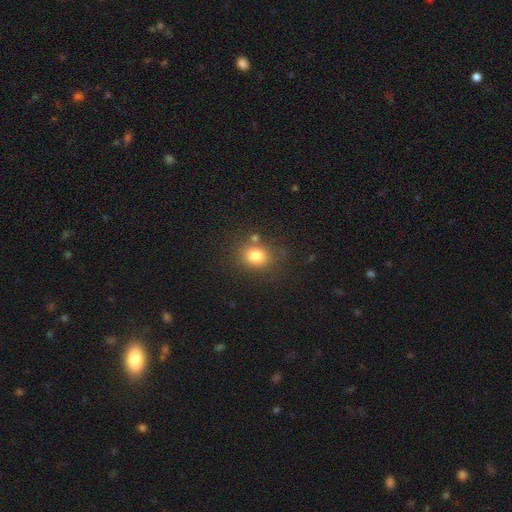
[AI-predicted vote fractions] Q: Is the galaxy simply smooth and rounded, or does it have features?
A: smooth — 80%.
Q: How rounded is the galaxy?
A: round — 57%.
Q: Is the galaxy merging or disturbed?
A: none — 72%.